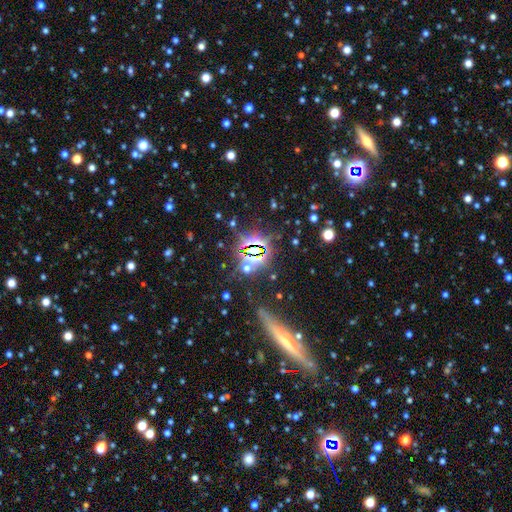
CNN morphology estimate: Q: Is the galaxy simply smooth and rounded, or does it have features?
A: star or artifact — 81%.